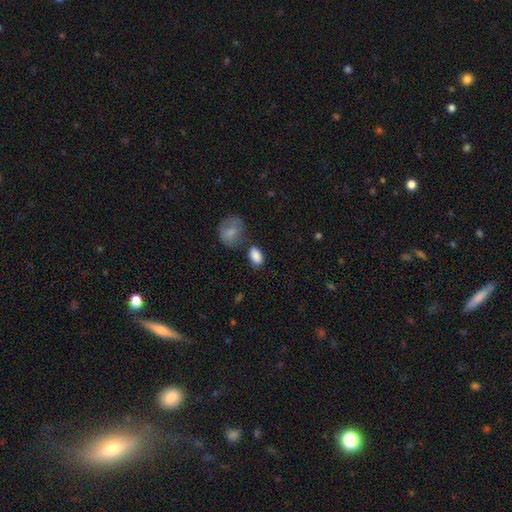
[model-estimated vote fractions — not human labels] Q: Smooth or featured?
A: smooth (88%); runner-up: star or artifact (7%)
Q: How rounded?
A: in between (88%); runner-up: round (10%)
Q: Merging?
A: none (67%); runner-up: minor disturbance (17%)